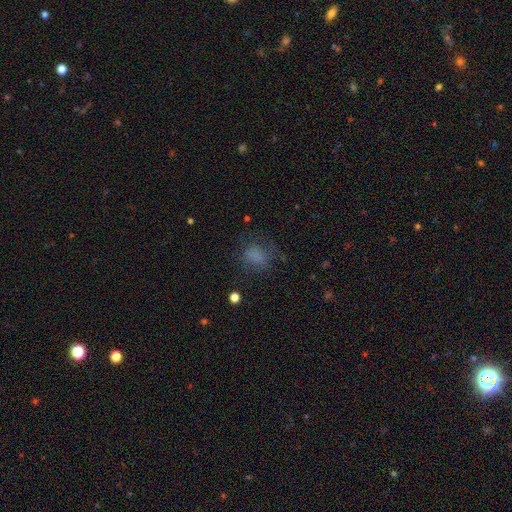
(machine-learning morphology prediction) smooth_or_featured: smooth (p=0.73) [alt: star or artifact p=0.16]
how_rounded: round (p=0.61) [alt: in between p=0.38]
merging: none (p=0.63) [alt: minor disturbance p=0.20]